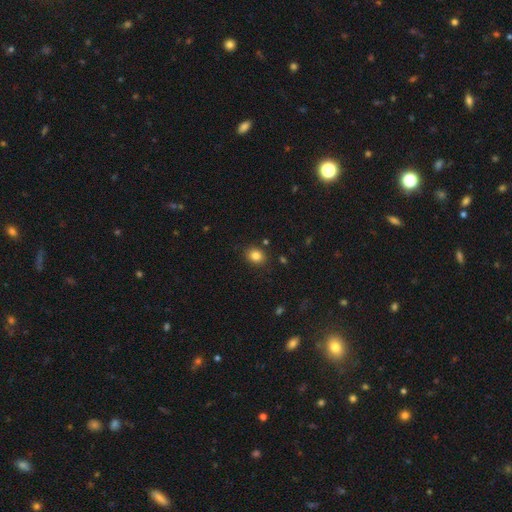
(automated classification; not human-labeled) This appears to be a smooth galaxy with no disk features (84%) that is round (58%). Merging: none (85%).